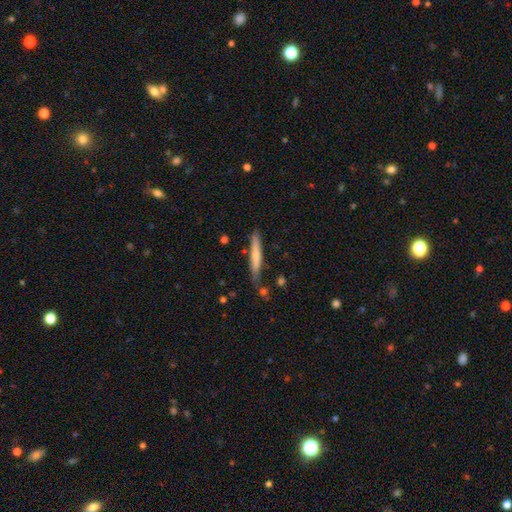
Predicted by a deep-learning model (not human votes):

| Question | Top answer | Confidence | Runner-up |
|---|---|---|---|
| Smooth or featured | smooth | 62% | featured or disk (32%) |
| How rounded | cigar-shaped | 93% | in between (6%) |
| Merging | none | 73% | minor disturbance (18%) |